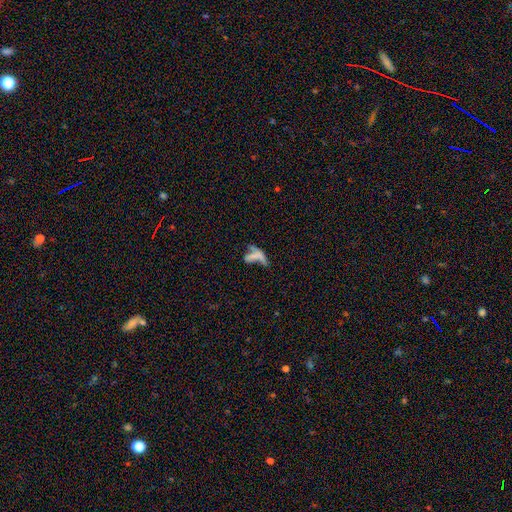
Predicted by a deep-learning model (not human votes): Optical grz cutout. It shows a smooth galaxy with no disk features (50%). Merging: merger (47%).